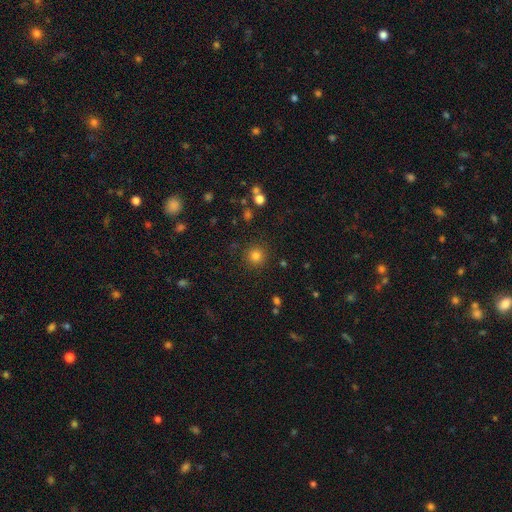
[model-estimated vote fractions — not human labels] The model was most divided on "smooth or featured": smooth: 81%, star or artifact: 14%, featured or disk: 5%. More confident: how rounded — round (94%); merging — none (89%).